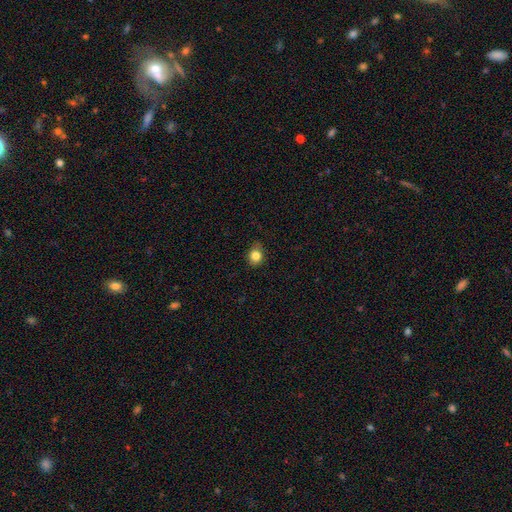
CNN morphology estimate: smooth 83%, star or artifact 11%, featured or disk 7%. Down the decision tree: how rounded — round (68%); merging — none (78%).